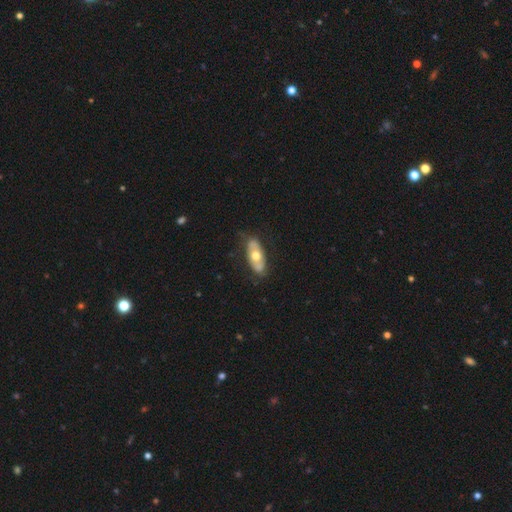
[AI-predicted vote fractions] A featured or disk galaxy (50%).

Vote fractions:
- Smooth or featured? featured or disk: 50% / smooth: 45% / star or artifact: 5%
- Merging? none: 74% / minor disturbance: 19% / major disturbance: 5% / merger: 2%